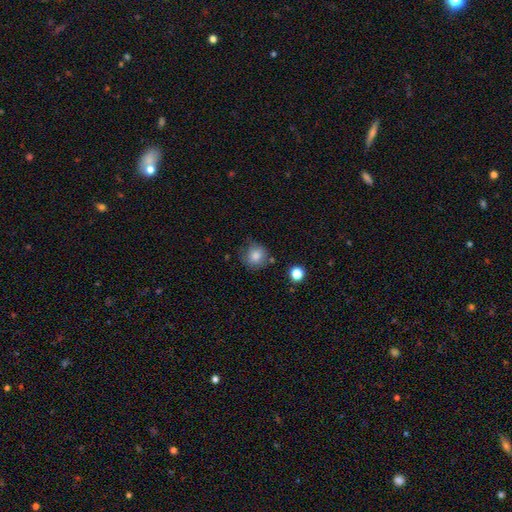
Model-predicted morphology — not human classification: A smooth galaxy with no disk features (81%) that is round (86%).

Vote fractions:
- Smooth or featured? smooth: 81% / star or artifact: 10% / featured or disk: 9%
- How rounded? round: 86% / in between: 13% / cigar-shaped: 1%
- Merging? none: 66% / minor disturbance: 22% / major disturbance: 7% / merger: 5%